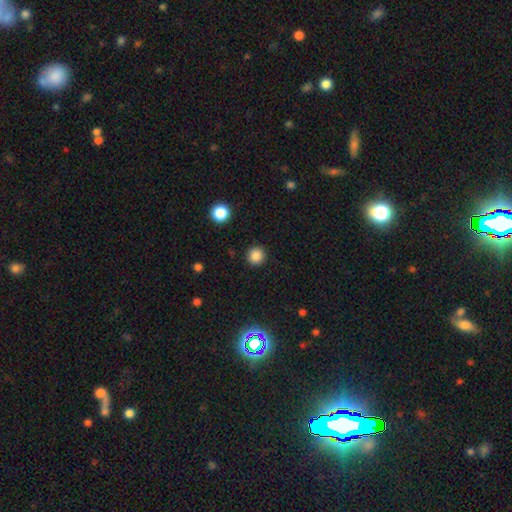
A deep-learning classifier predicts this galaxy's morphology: A smooth galaxy with no disk features (85%) that is round (94%). Merging: none (91%).